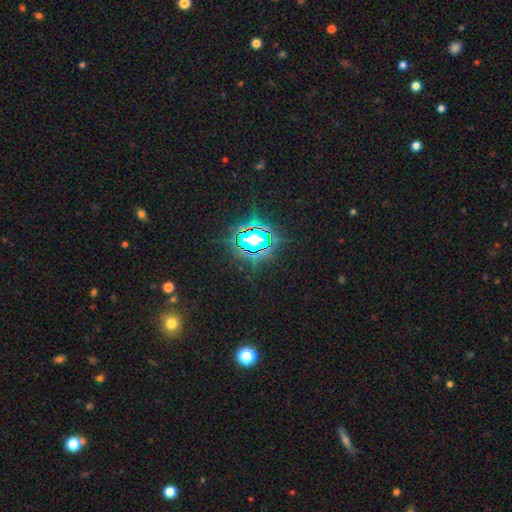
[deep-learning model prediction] smooth_or_featured: star or artifact (p=0.81) [alt: smooth p=0.12]